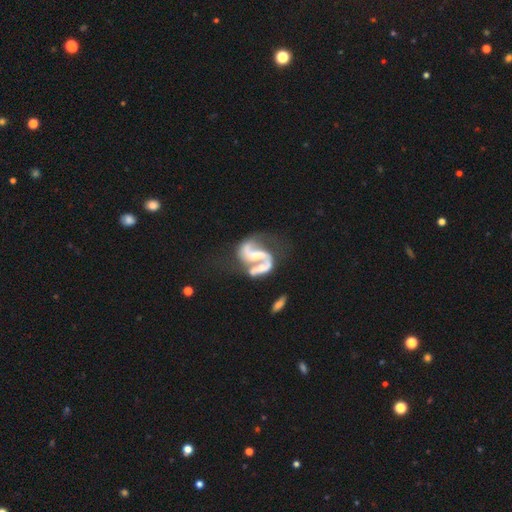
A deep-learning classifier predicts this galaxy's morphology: Smooth or featured?
  - featured or disk: 87% *
  - smooth: 7%
  - star or artifact: 6%
Edge-on disk?
  - no: 98% *
  - yes: 2%
Bar?
  - weak: 37% *
  - no: 33%
  - strong: 31%
Spiral arms?
  - yes: 94% *
  - no: 6%
Spiral winding?
  - loose: 46% *
  - medium: 43%
  - tight: 10%
Spiral arm count?
  - 2: 89% *
  - 1: 4%
  - can't tell: 3%
  - 3: 2%
  - 4: 1%
  - more than 4: 1%
Bulge size?
  - small: 33% *
  - moderate: 31%
  - none: 26%
  - large: 8%
  - dominant: 2%
Merging?
  - merger: 33% *
  - none: 29%
  - major disturbance: 22%
  - minor disturbance: 15%